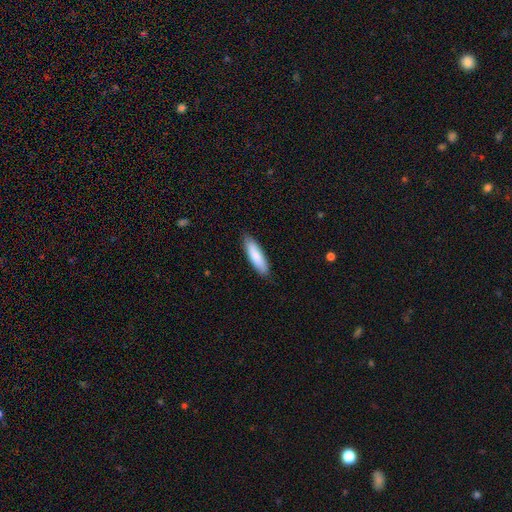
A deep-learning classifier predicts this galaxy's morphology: Smooth or featured? Predicted: smooth (p=0.85). How rounded? Predicted: cigar-shaped (p=0.62). Merging? Predicted: none (p=0.87).